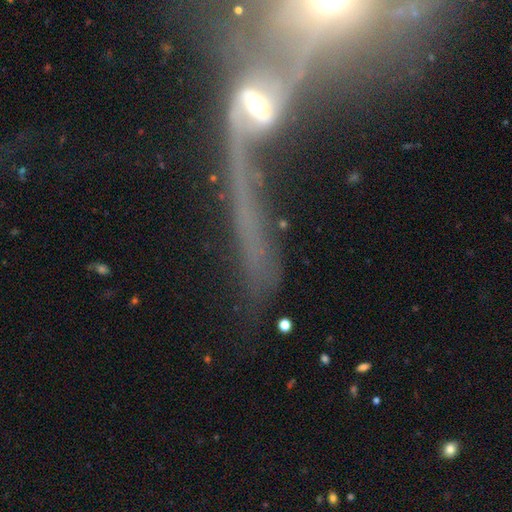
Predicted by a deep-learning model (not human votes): smooth_or_featured: featured or disk (p=0.56) [alt: smooth p=0.26]
disk_edge_on: no (p=0.51) [alt: yes p=0.49]
merging: none (p=0.34) [alt: major disturbance p=0.29]